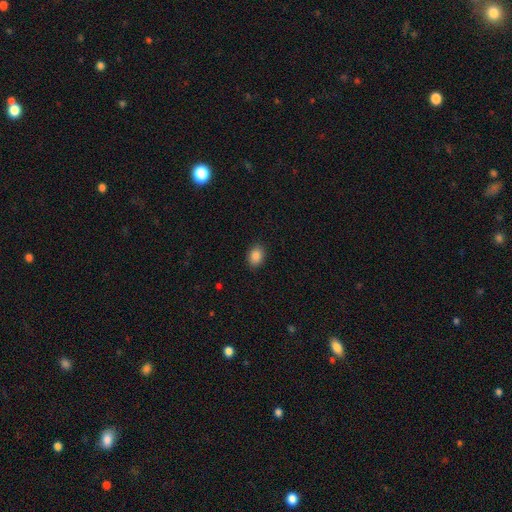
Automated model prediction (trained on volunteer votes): A smooth galaxy with no disk features (87%) that is in between round and cigar-shaped (72%). Merging: none (89%).